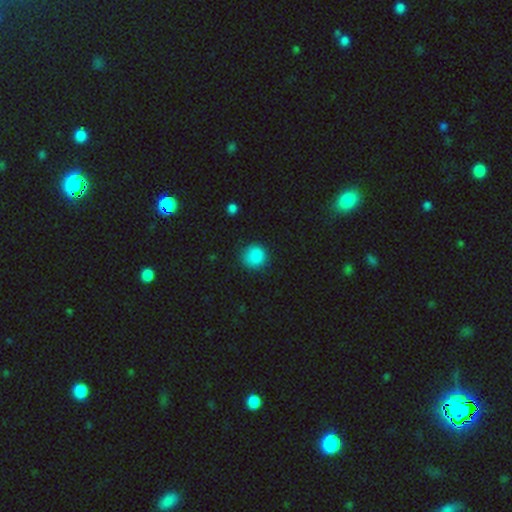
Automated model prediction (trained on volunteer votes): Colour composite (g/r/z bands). It shows a smooth galaxy with no disk features (86%) that is round (88%). Merging: none (81%).